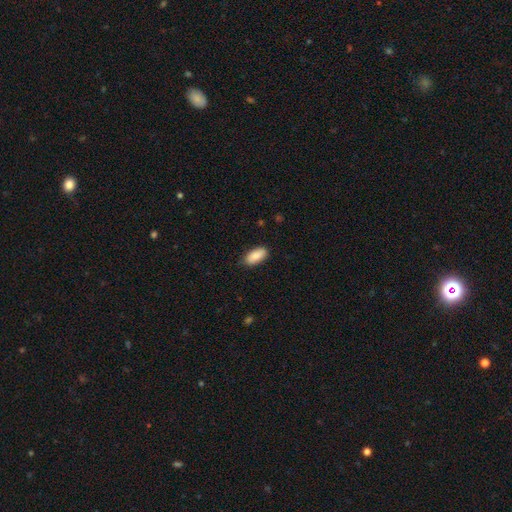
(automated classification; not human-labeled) Smooth or featured? Predicted: smooth (p=0.86). How rounded? Predicted: in between (p=0.90). Merging? Predicted: none (p=0.79).